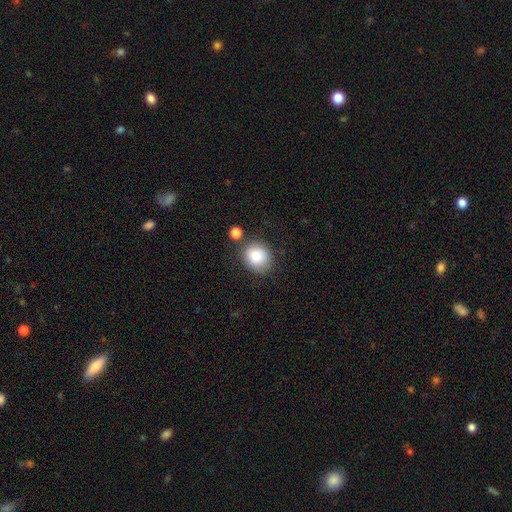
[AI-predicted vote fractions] Smooth or featured? Predicted: smooth (p=0.82). How rounded? Predicted: round (p=0.75). Merging? Predicted: none (p=0.75).